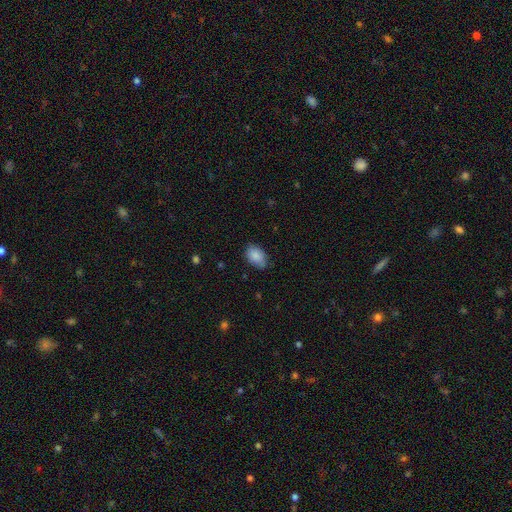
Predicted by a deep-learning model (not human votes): Morphology: type=smooth (87%); roundness=in between (84%); merging=none (72%).